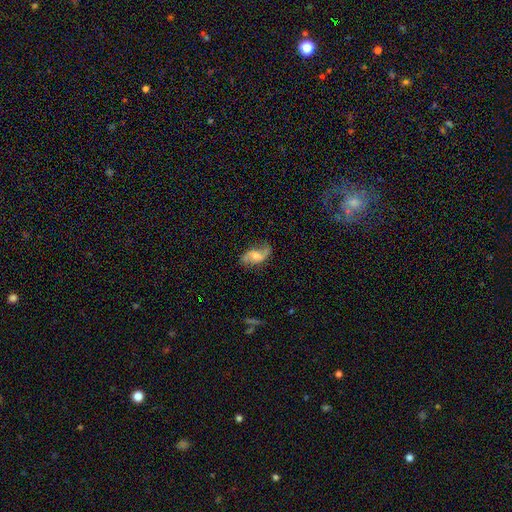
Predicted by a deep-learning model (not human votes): Morphology: type=featured or disk (77%); edge-on=no (95%); bar=no (56%); spiral arms=yes (93%); winding=loose (64%); arm count=2 (89%); bulge=moderate (56%); merging=none (72%).